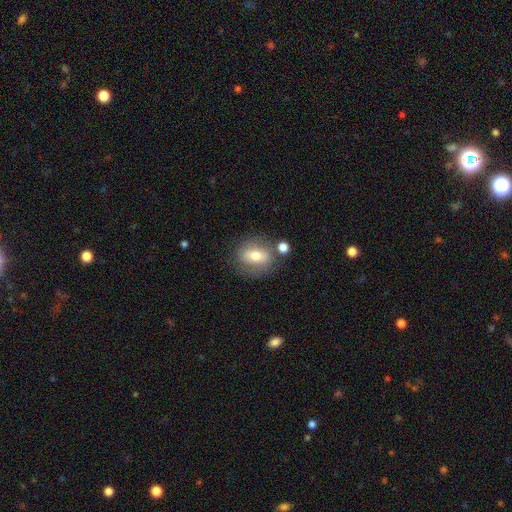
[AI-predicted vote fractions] Smooth or featured? Predicted: smooth (p=0.57). How rounded? Predicted: round (p=0.55). Merging? Predicted: none (p=0.69).